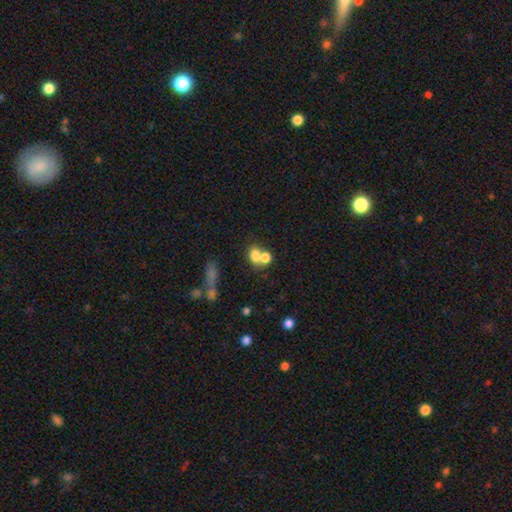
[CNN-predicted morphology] This appears to be a smooth galaxy with no disk features (73%) that is in between round and cigar-shaped (57%). Merging: merger (54%).